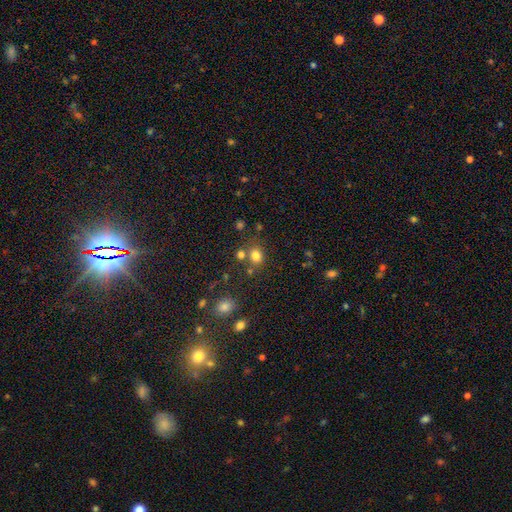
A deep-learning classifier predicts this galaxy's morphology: A smooth galaxy with no disk features (78%) that is round (71%). Merging: none (66%).